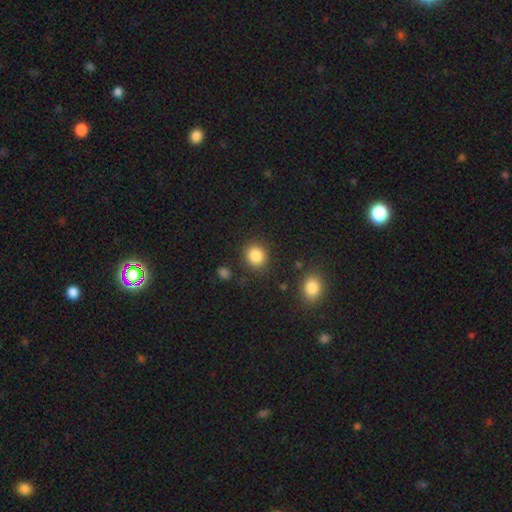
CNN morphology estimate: Smooth or featured? smooth (86%)
How rounded? round (81%)
Merging? none (86%)